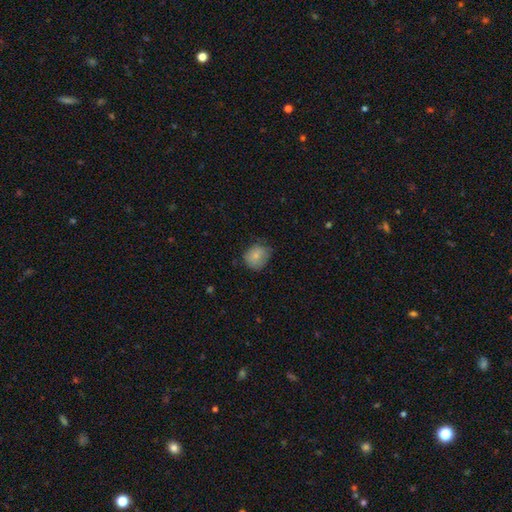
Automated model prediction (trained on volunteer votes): Morphology: type=smooth (81%); roundness=round (70%); merging=none (61%).